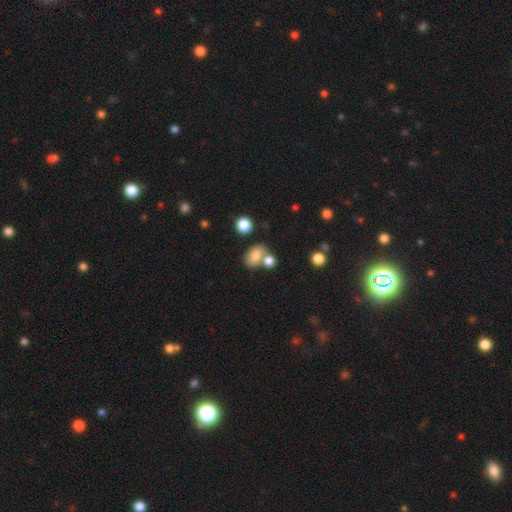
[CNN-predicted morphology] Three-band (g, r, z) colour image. It shows a smooth galaxy with no disk features (77%) that is in between round and cigar-shaped (74%). Merging: none (50%).